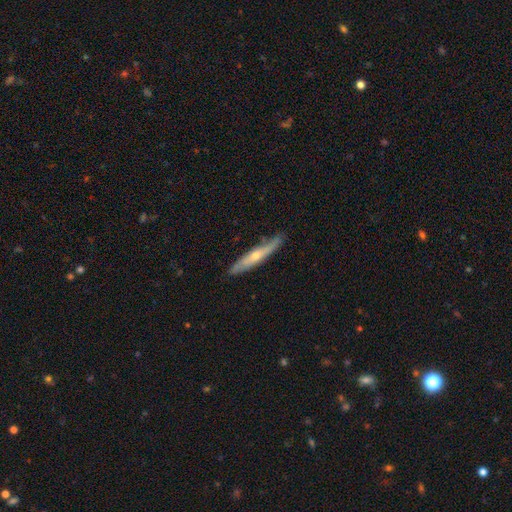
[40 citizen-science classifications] Morphology: type=featured or disk (62%); edge-on=yes (84%); edge-on bulge=rounded (81%); merging=none (92%).